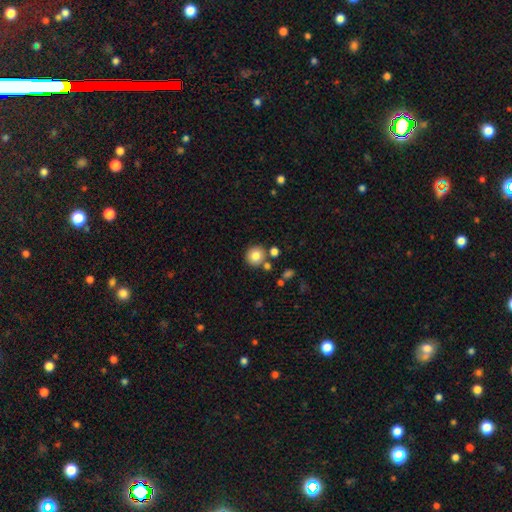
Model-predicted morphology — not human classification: This is clearly a smooth galaxy (81%). How rounded: clearly round (91%). Merging: likely none (77%).